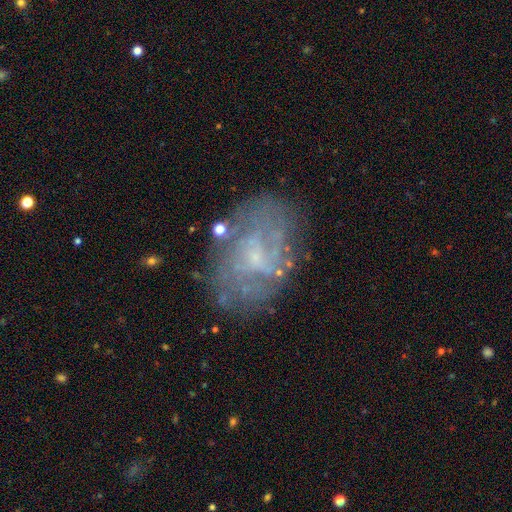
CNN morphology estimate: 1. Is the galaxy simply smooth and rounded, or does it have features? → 69% featured or disk, 21% smooth, 10% star or artifact.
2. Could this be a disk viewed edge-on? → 97% no, 3% yes.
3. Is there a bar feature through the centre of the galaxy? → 57% no, 36% weak, 6% strong.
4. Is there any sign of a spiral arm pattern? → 61% yes, 39% no.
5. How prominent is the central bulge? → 63% small, 21% none, 13% moderate, 1% large, 1% dominant.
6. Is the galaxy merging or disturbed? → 70% none, 18% minor disturbance, 10% major disturbance, 3% merger.